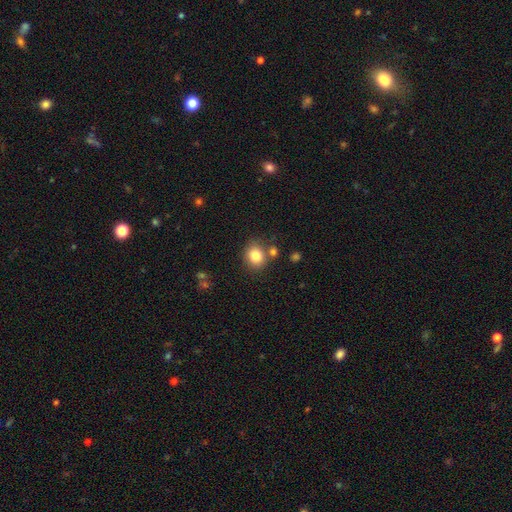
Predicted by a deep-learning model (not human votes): smooth-or-featured: smooth: 82% | star or artifact: 10% | featured or disk: 8%
  how-rounded: round: 67% | in between: 32% | cigar-shaped: 1%
  merging: none: 73% | minor disturbance: 12% | merger: 11% | major disturbance: 4%